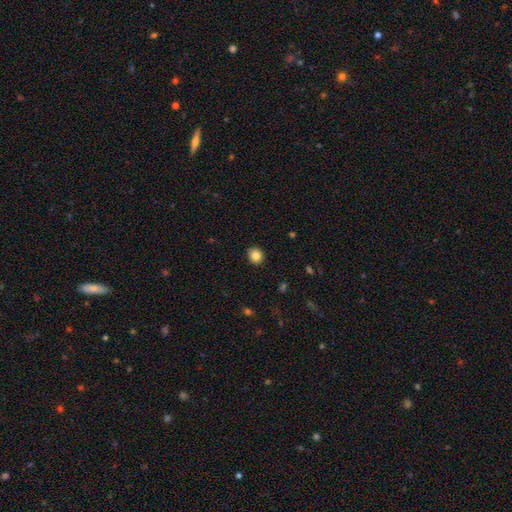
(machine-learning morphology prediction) smooth 85%, star or artifact 10%, featured or disk 5%. Down the decision tree: how rounded — round (84%); merging — none (91%).